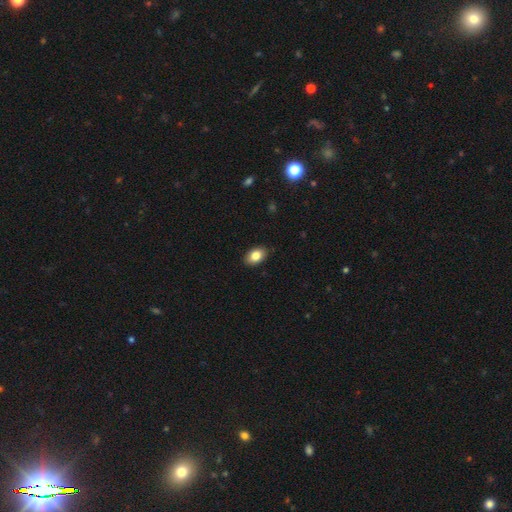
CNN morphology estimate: Smooth or featured: smooth — 84% (featured or disk — 8%)
How rounded: in between — 87% (round — 12%)
Merging: none — 89% (minor disturbance — 9%)